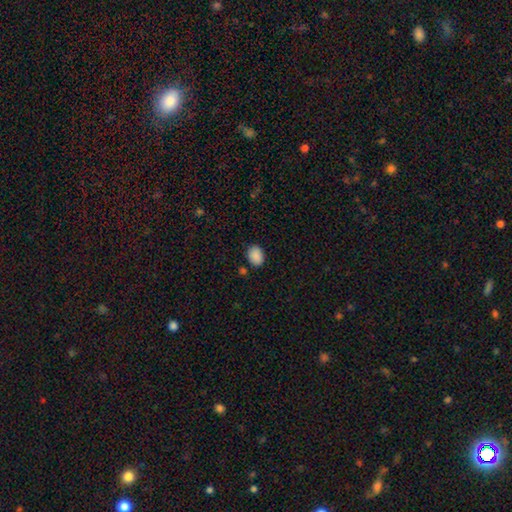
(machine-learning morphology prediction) Q: Smooth or featured?
A: smooth (89%); runner-up: star or artifact (8%)
Q: How rounded?
A: in between (69%); runner-up: round (30%)
Q: Merging?
A: none (82%); runner-up: minor disturbance (12%)